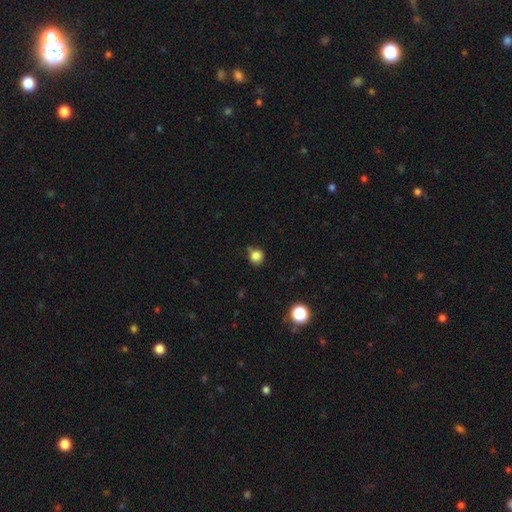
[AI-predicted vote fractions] This is clearly a smooth galaxy (83%). How rounded: clearly round (85%). Merging: likely none (66%).